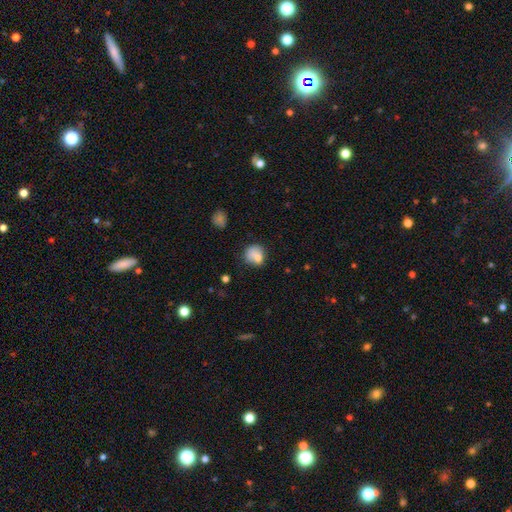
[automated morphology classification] This appears to be a smooth galaxy with no disk features (77%) that is round (72%). Merging: none (52%).